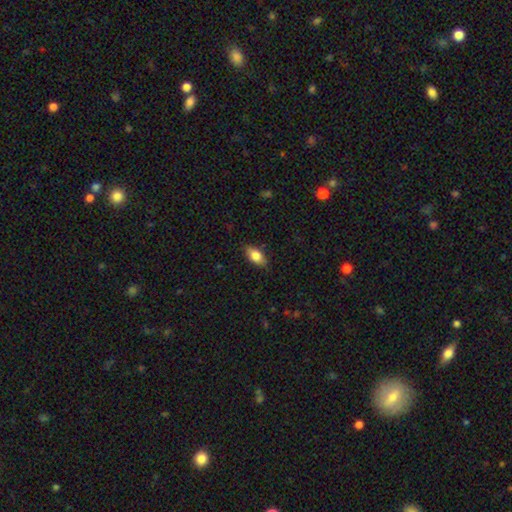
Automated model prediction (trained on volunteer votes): smooth 79%, featured or disk 14%, star or artifact 7%. Down the decision tree: how rounded — in between (88%); merging — none (84%).